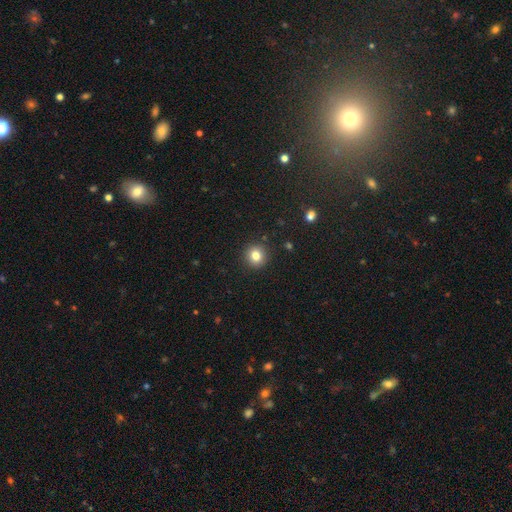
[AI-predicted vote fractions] A smooth galaxy with no disk features (81%) that is round (92%).

Vote fractions:
- Smooth or featured? smooth: 81% / star or artifact: 12% / featured or disk: 7%
- How rounded? round: 92% / in between: 7% / cigar-shaped: 1%
- Merging? none: 92% / minor disturbance: 5% / major disturbance: 2% / merger: 1%